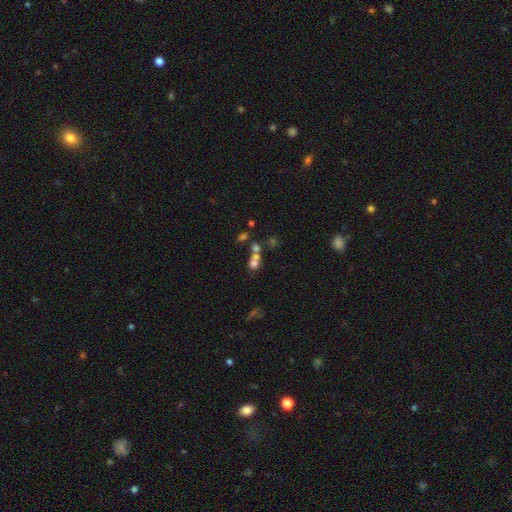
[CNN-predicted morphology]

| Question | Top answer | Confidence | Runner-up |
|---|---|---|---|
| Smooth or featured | smooth | 52% | star or artifact (27%) |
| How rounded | round | 69% | in between (28%) |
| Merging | merger | 45% | none (40%) |